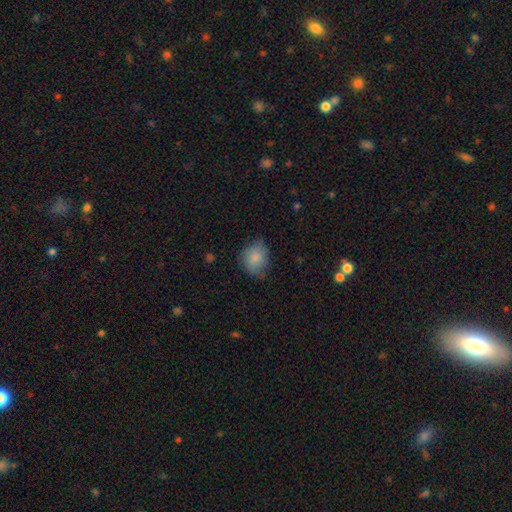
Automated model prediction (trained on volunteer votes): Smooth or featured? Predicted: smooth (p=0.80). How rounded? Predicted: round (p=0.62). Merging? Predicted: none (p=0.64).